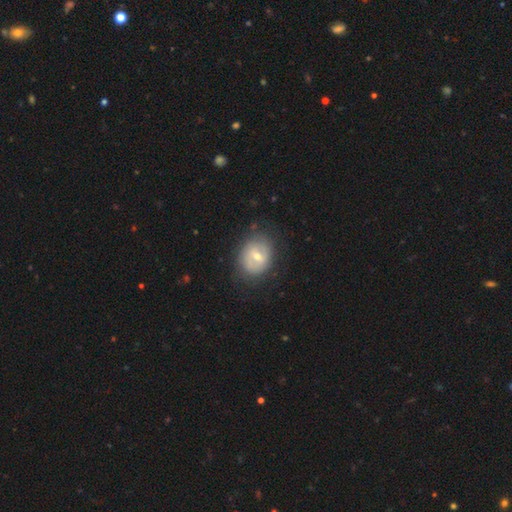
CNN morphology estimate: A featured or disk galaxy (49%). Merging: none (78%).